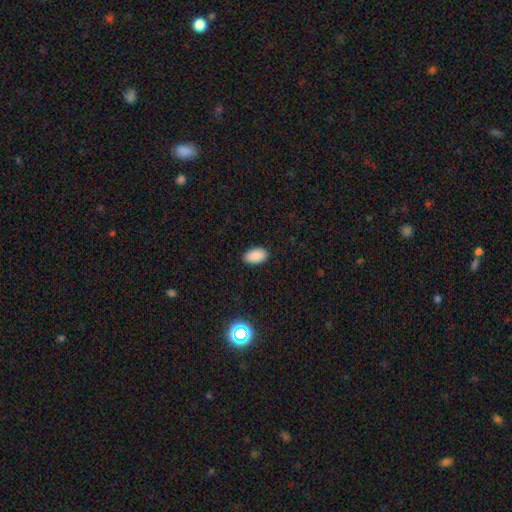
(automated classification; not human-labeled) Smooth or featured? Predicted: smooth (p=0.89). How rounded? Predicted: in between (p=0.93). Merging? Predicted: none (p=0.89).